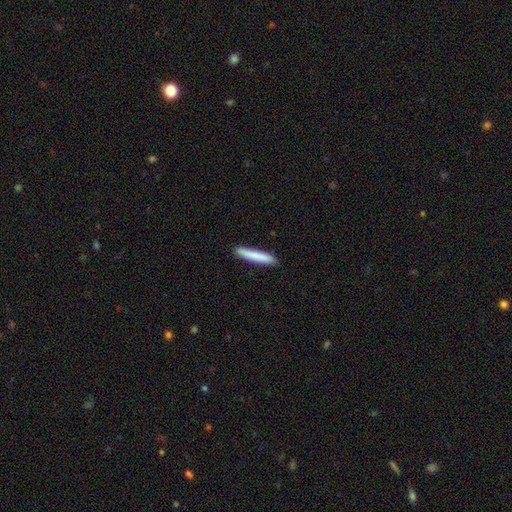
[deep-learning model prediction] smooth_or_featured: smooth (p=0.82) [alt: featured or disk p=0.12]
how_rounded: cigar-shaped (p=0.93) [alt: in between p=0.06]
merging: none (p=0.89) [alt: minor disturbance p=0.08]